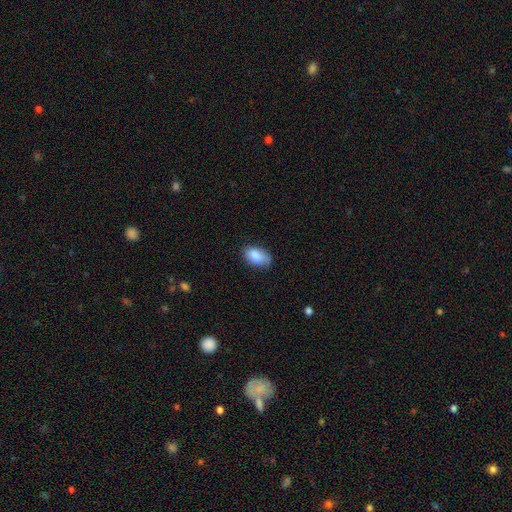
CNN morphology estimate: A smooth galaxy with no disk features (86%) that is in between round and cigar-shaped (91%). Merging: none (67%).